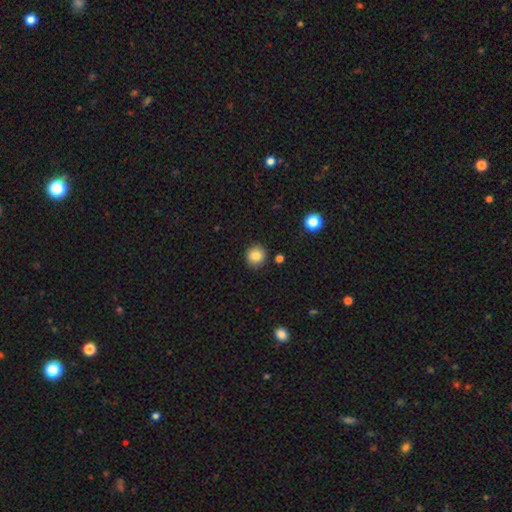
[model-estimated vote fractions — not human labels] The model was most divided on "smooth or featured": smooth: 84%, star or artifact: 10%, featured or disk: 6%. More confident: how rounded — round (90%); merging — none (88%).